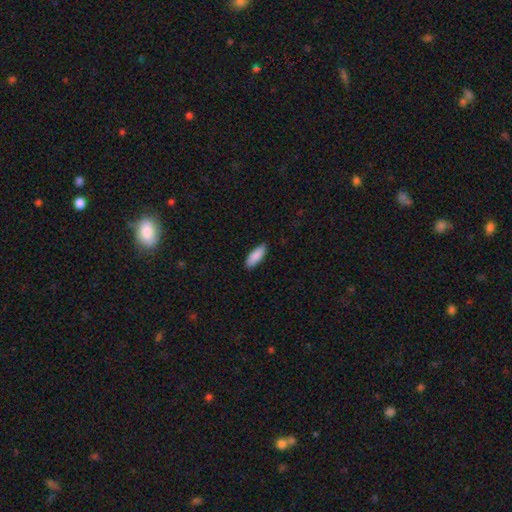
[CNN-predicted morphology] Overall: smooth (89%). How rounded: in between (69%). Merging: none (87%).